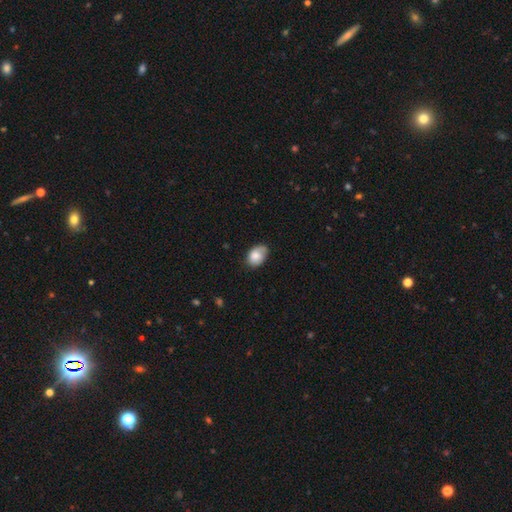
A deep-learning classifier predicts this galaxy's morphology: A smooth galaxy with no disk features (76%) that is in between round and cigar-shaped (80%).

Vote fractions:
- Smooth or featured? smooth: 76% / featured or disk: 17% / star or artifact: 7%
- How rounded? in between: 80% / round: 19% / cigar-shaped: 1%
- Merging? none: 63% / minor disturbance: 29% / major disturbance: 6% / merger: 2%